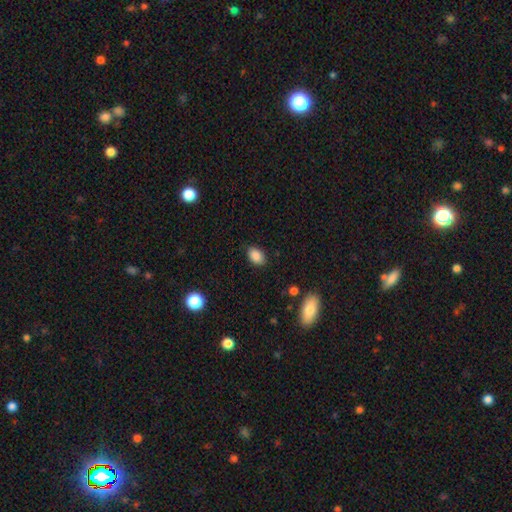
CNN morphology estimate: Overall: smooth (87%). How rounded: in between (85%). Merging: none (86%).